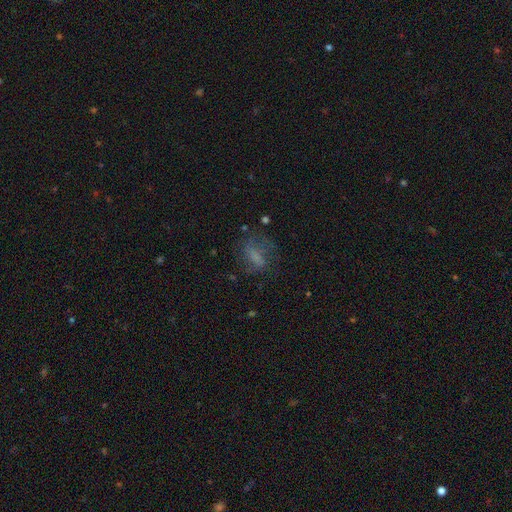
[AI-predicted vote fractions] A smooth galaxy with no disk features (47%). Merging: none (53%).